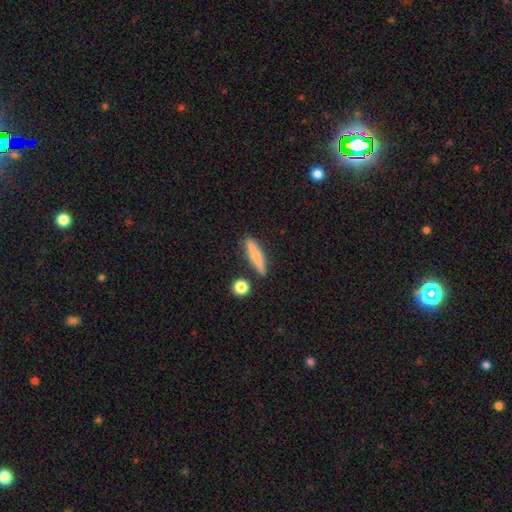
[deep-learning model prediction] Smooth or featured? Predicted: smooth (p=0.69). How rounded? Predicted: cigar-shaped (p=0.84). Merging? Predicted: none (p=0.82).